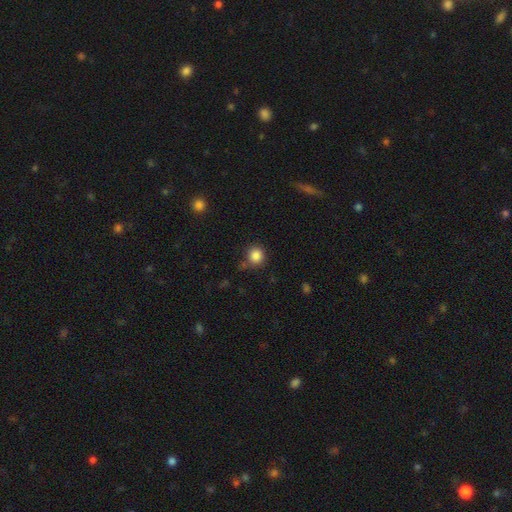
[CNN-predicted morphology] A smooth galaxy with no disk features (85%) that is round (90%).

Vote fractions:
- Smooth or featured? smooth: 85% / star or artifact: 10% / featured or disk: 4%
- How rounded? round: 90% / in between: 9% / cigar-shaped: 1%
- Merging? none: 76% / minor disturbance: 14% / merger: 5% / major disturbance: 4%